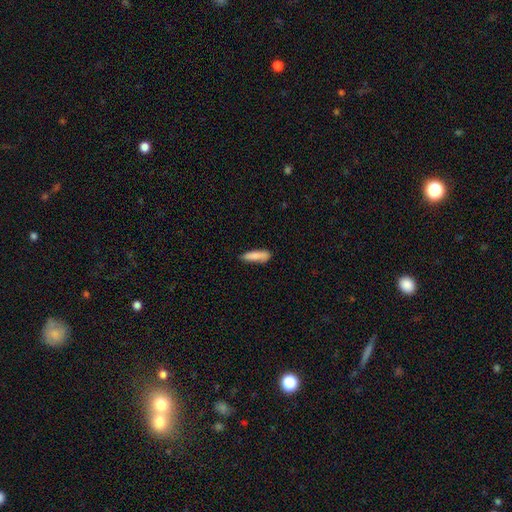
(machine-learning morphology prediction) smooth-or-featured: smooth: 84% | featured or disk: 10% | star or artifact: 6%
  how-rounded: cigar-shaped: 62% | in between: 37% | round: 2%
  merging: none: 71% | minor disturbance: 22% | major disturbance: 4% | merger: 3%